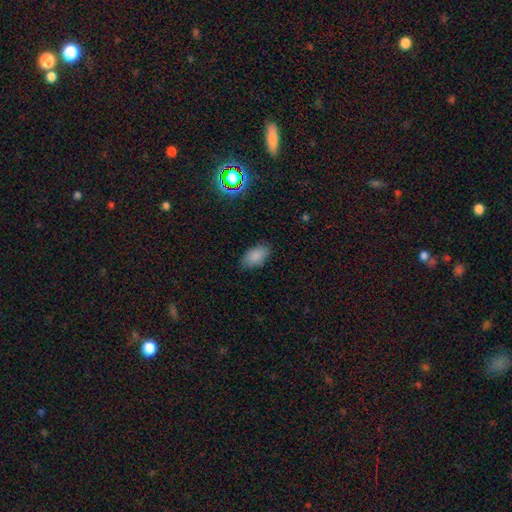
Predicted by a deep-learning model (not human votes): A smooth galaxy with no disk features (85%) that is in between round and cigar-shaped (93%). Merging: none (83%).